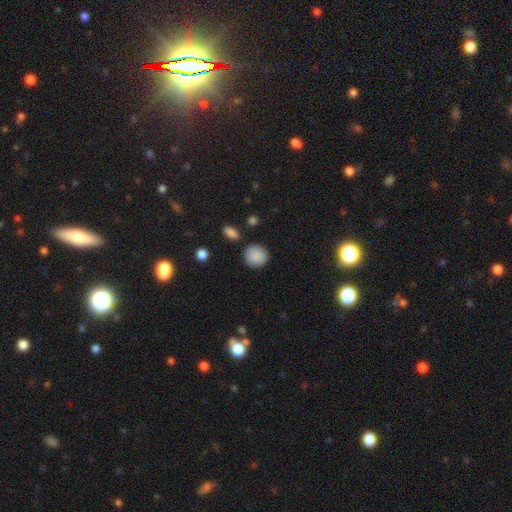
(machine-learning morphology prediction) Smooth or featured? Predicted: smooth (p=0.89). How rounded? Predicted: round (p=0.90). Merging? Predicted: none (p=0.86).